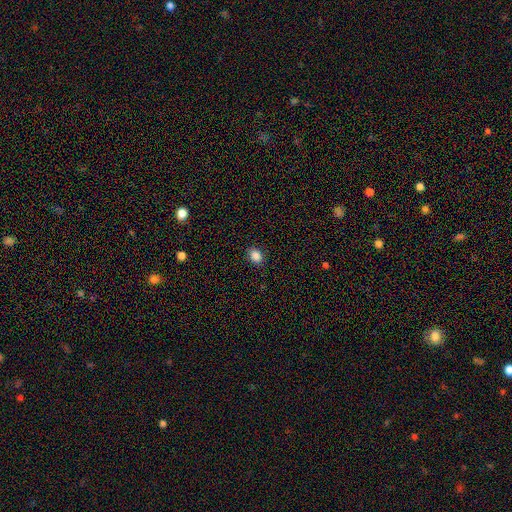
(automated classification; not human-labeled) Smooth or featured?
  - smooth: 87% *
  - star or artifact: 10%
  - featured or disk: 3%
How rounded?
  - in between: 65% *
  - round: 34%
  - cigar-shaped: 1%
Merging?
  - none: 89% *
  - minor disturbance: 8%
  - major disturbance: 2%
  - merger: 1%